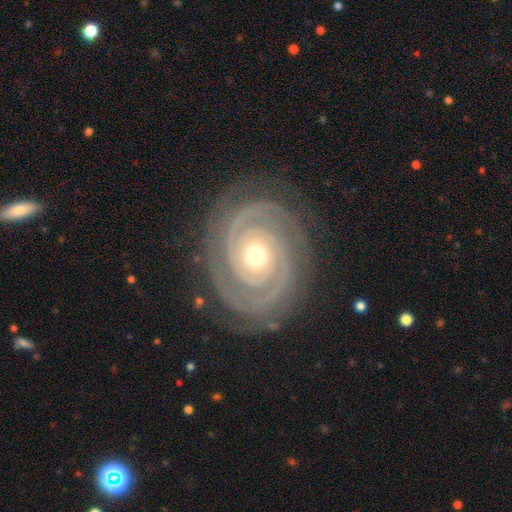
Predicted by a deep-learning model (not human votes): Smooth or featured? Predicted: featured or disk (p=0.93). Edge-on disk? Predicted: no (p=0.97). Bar? Predicted: no (p=0.78). Spiral arms? Predicted: yes (p=0.98). Spiral winding? Predicted: tight (p=0.87). Spiral arm count? Predicted: 2 (p=0.75). Bulge size? Predicted: moderate (p=0.61). Merging? Predicted: none (p=0.83).